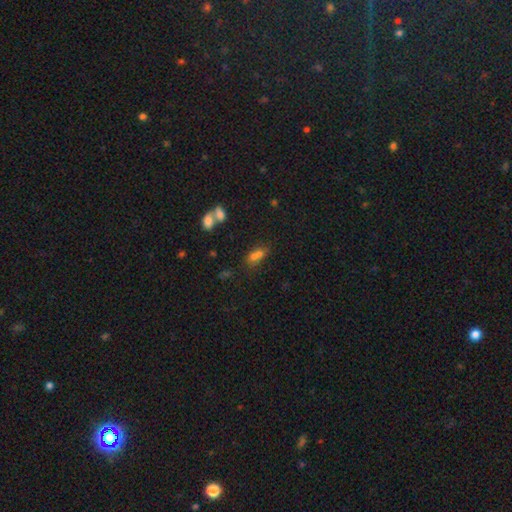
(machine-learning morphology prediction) Smooth or featured: smooth — 68% (star or artifact — 19%)
How rounded: in between — 71% (round — 17%)
Merging: merger — 42% (none — 36%)